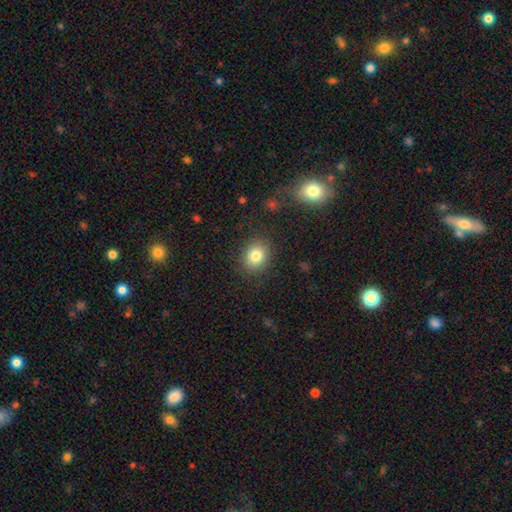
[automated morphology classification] Smooth or featured? smooth (81%)
How rounded? round (57%)
Merging? none (86%)